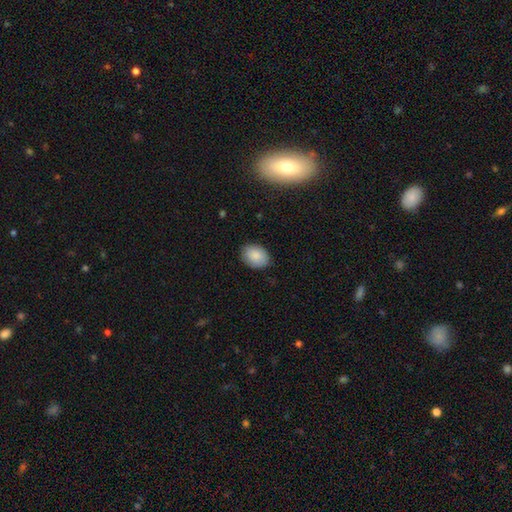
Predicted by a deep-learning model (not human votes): Morphology: type=smooth (87%); roundness=in between (73%); merging=none (85%).